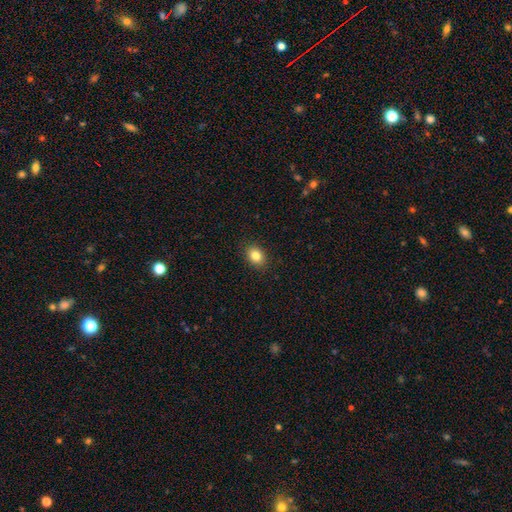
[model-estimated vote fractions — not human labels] The model was most divided on "how rounded": in between: 62%, round: 37%, cigar-shaped: 1%. More confident: merging — none (89%); smooth or featured — smooth (84%).